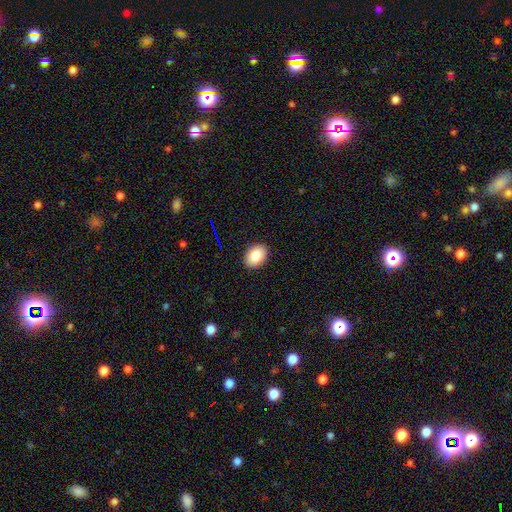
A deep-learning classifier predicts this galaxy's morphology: This is clearly a smooth galaxy (84%). How rounded: likely in between (77%). Merging: clearly none (90%).